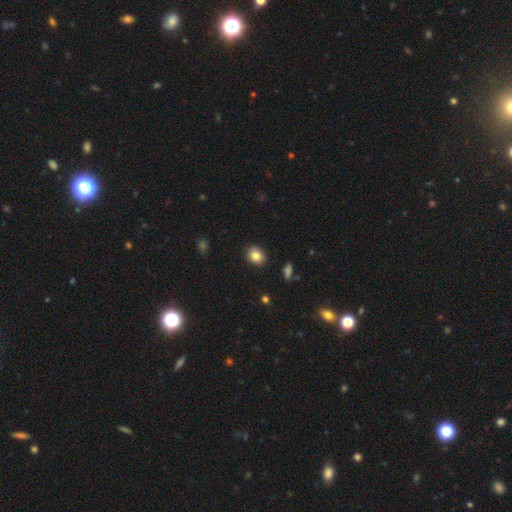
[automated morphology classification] smooth-or-featured: smooth: 83% | star or artifact: 10% | featured or disk: 7%
  how-rounded: round: 65% | in between: 34% | cigar-shaped: 1%
  merging: none: 86% | minor disturbance: 10% | major disturbance: 2% | merger: 1%